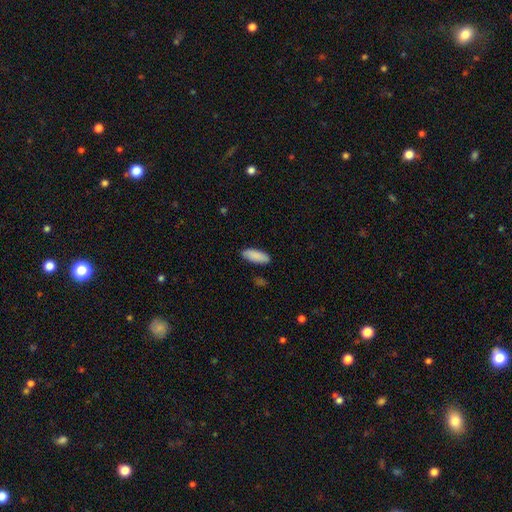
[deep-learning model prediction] Overall: smooth (89%). How rounded: in between (73%). Merging: none (87%).